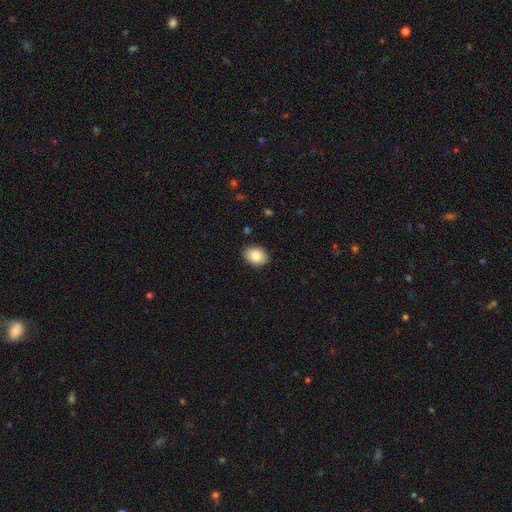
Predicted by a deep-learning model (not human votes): Smooth or featured? Predicted: smooth (p=0.85). How rounded? Predicted: in between (p=0.62). Merging? Predicted: none (p=0.89).